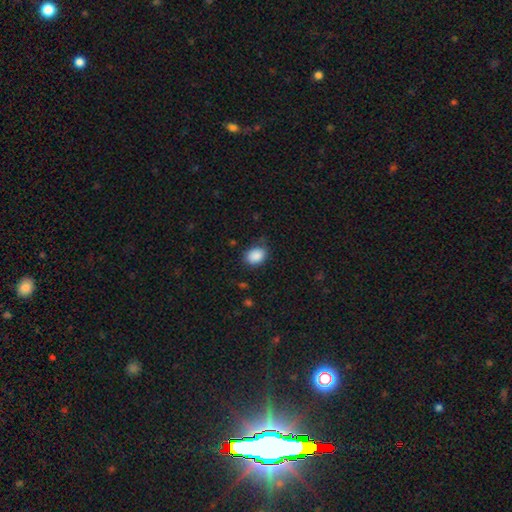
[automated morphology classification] smooth 89%, star or artifact 8%, featured or disk 4%. Down the decision tree: how rounded — in between (69%); merging — none (78%).